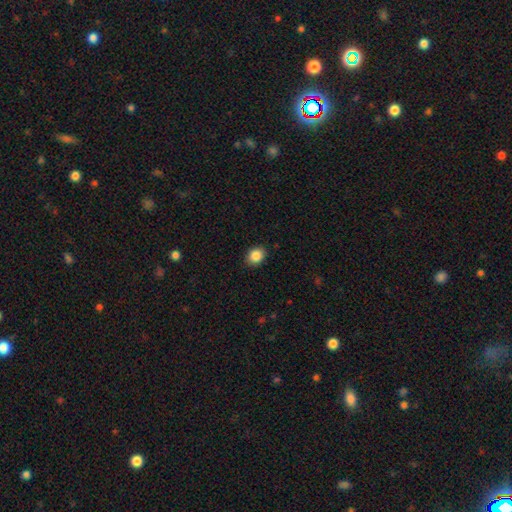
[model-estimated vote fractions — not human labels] A smooth galaxy with no disk features (86%) that is round (60%). Merging: none (89%).